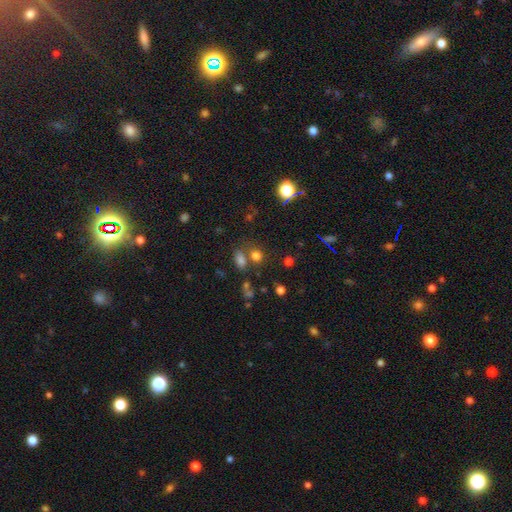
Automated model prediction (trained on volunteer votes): Smooth or featured? smooth (72%)
How rounded? in between (50%)
Merging? none (61%)